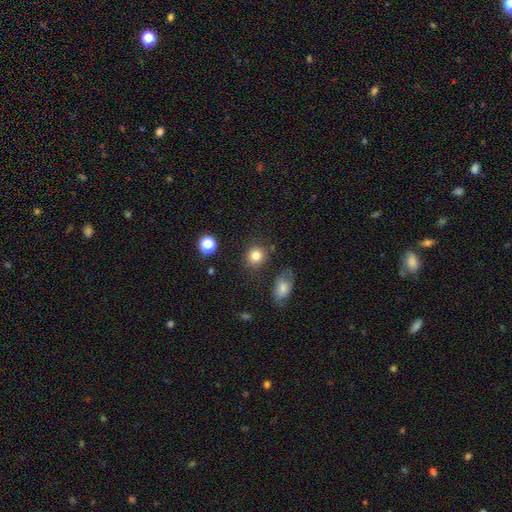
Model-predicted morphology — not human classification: smooth-or-featured: smooth: 82% | star or artifact: 12% | featured or disk: 6%
  how-rounded: round: 84% | in between: 15% | cigar-shaped: 1%
  merging: none: 82% | minor disturbance: 10% | merger: 4% | major disturbance: 3%